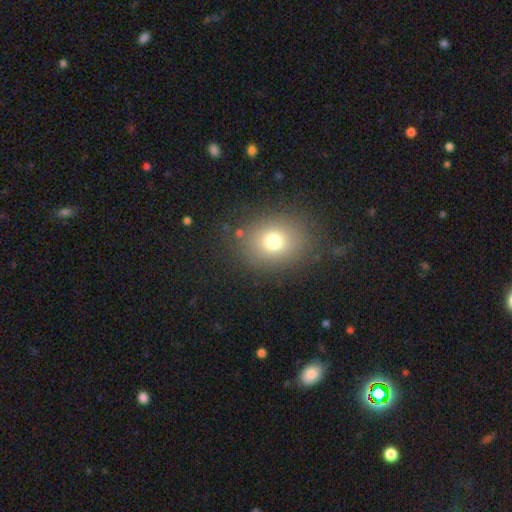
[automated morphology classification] A smooth galaxy with no disk features (73%) that is round (55%).

Vote fractions:
- Smooth or featured? smooth: 73% / star or artifact: 16% / featured or disk: 11%
- How rounded? round: 55% / in between: 44% / cigar-shaped: 1%
- Merging? none: 85% / minor disturbance: 10% / major disturbance: 3% / merger: 2%